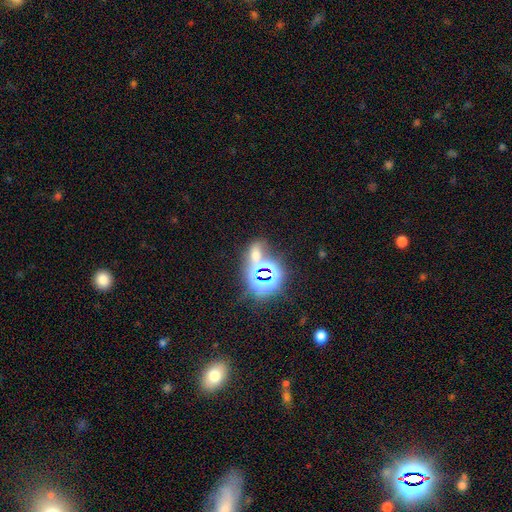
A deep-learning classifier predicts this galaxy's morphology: type=star or artifact (63%).